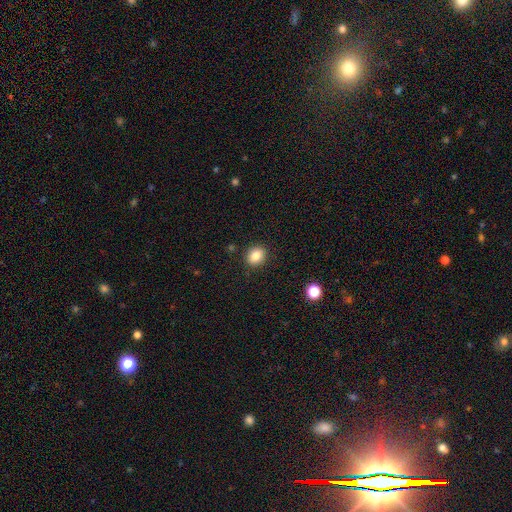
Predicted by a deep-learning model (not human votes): Overall: smooth (84%). How rounded: round (62%; in between 37%). Merging: none (90%).